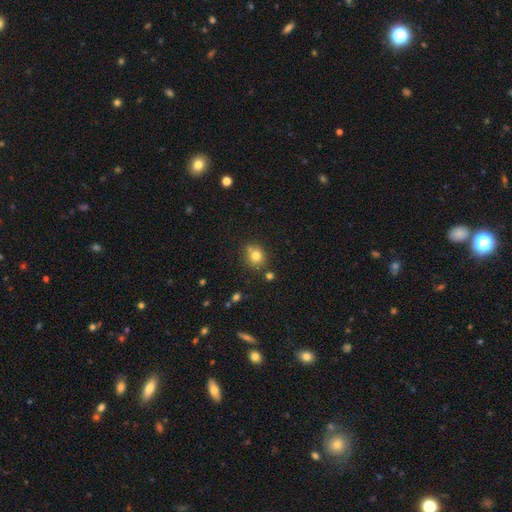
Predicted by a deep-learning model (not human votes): This appears to be a smooth galaxy with no disk features (77%) that is round (80%). Merging: none (69%).